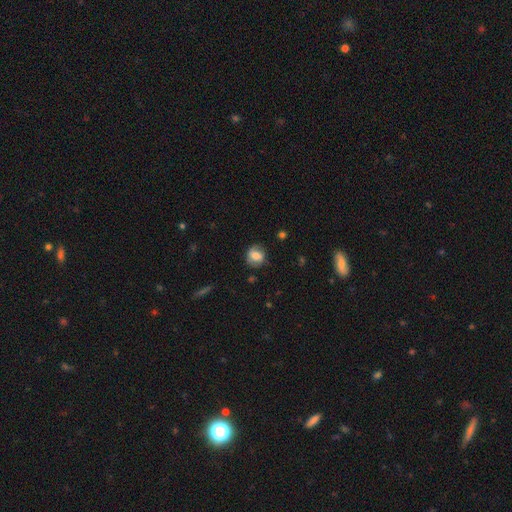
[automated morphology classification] Smooth or featured: smooth — 72% (featured or disk — 19%)
How rounded: round — 71% (in between — 28%)
Merging: none — 77% (minor disturbance — 17%)